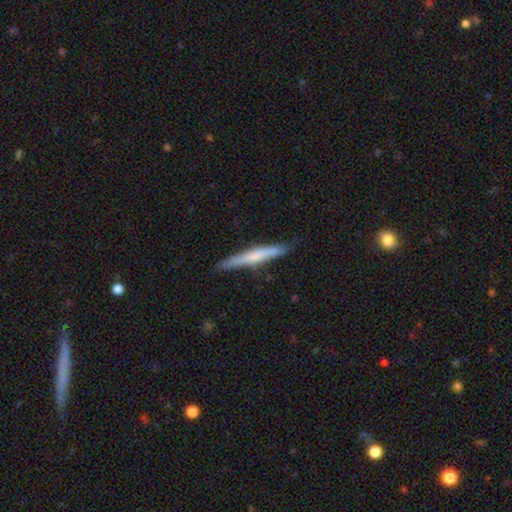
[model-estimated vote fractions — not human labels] smooth-or-featured: smooth: 51% | featured or disk: 44% | star or artifact: 6%
  how-rounded: cigar-shaped: 95% | in between: 4% | round: 1%
  merging: none: 83% | minor disturbance: 14% | major disturbance: 2% | merger: 2%